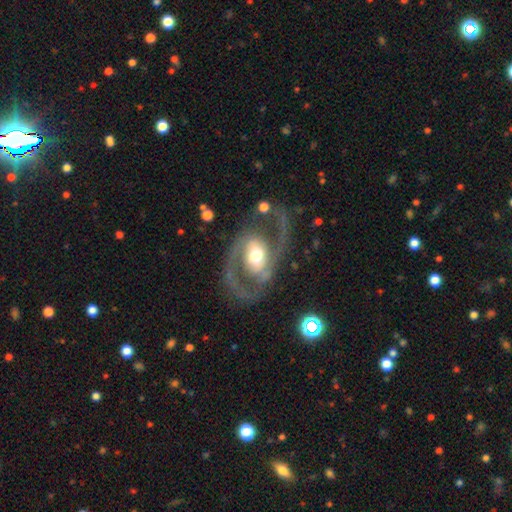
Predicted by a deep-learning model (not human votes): The model was most divided on "bar": no: 44%, weak: 34%, strong: 21%. More confident: edge-on disk — no (96%); spiral arm count — 2 (88%); smooth or featured — featured or disk (85%); spiral arms — yes (85%); merging — none (66%); bulge size — moderate (62%); spiral winding — medium (50%).